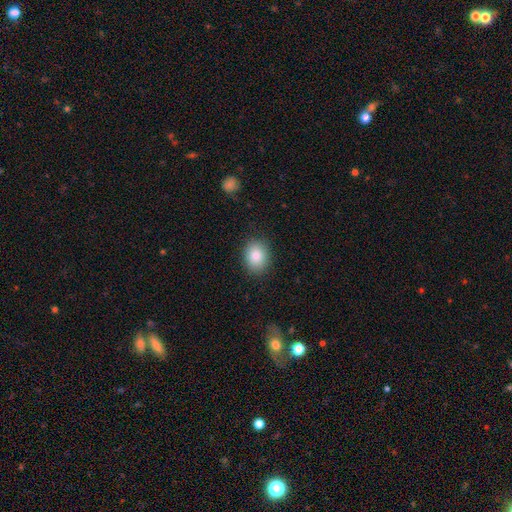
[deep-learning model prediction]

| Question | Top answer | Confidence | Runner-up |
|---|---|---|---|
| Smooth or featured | smooth | 85% | star or artifact (8%) |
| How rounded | in between | 56% | round (43%) |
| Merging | none | 87% | minor disturbance (9%) |